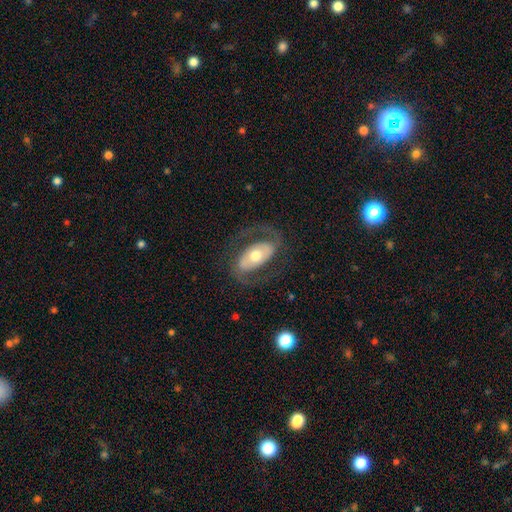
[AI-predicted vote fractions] Smooth or featured? Predicted: featured or disk (p=0.78). Edge-on disk? Predicted: no (p=0.95). Bar? Predicted: no (p=0.47). Spiral arms? Predicted: yes (p=0.80). Spiral winding? Predicted: medium (p=0.51). Spiral arm count? Predicted: 2 (p=0.88). Bulge size? Predicted: moderate (p=0.69). Merging? Predicted: none (p=0.74).